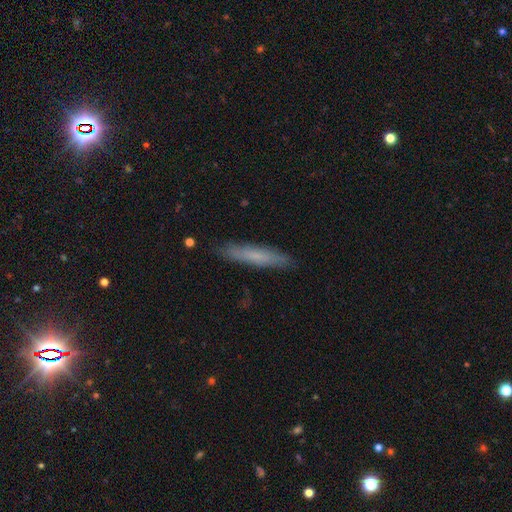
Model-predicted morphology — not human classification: Smooth or featured: smooth — 65% (featured or disk — 28%)
How rounded: cigar-shaped — 92% (in between — 6%)
Merging: none — 88% (minor disturbance — 9%)